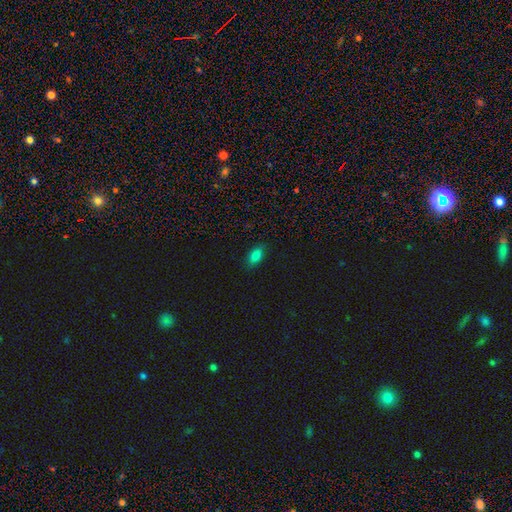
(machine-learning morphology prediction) Q: Smooth or featured?
A: smooth (82%); runner-up: star or artifact (12%)
Q: How rounded?
A: in between (89%); runner-up: round (6%)
Q: Merging?
A: none (85%); runner-up: minor disturbance (12%)